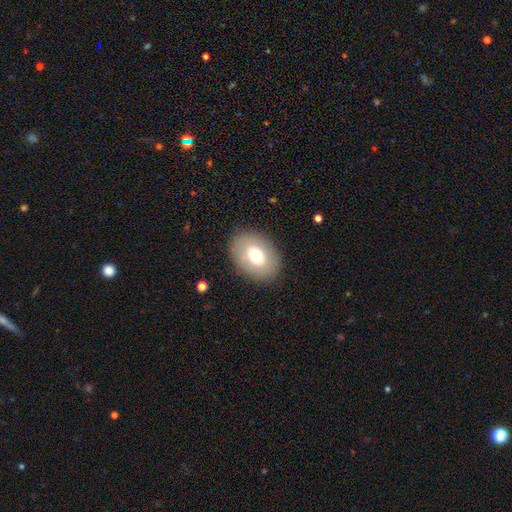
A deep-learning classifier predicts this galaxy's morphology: Smooth or featured: smooth — 69% (featured or disk — 22%)
How rounded: in between — 75% (round — 24%)
Merging: none — 86% (minor disturbance — 9%)